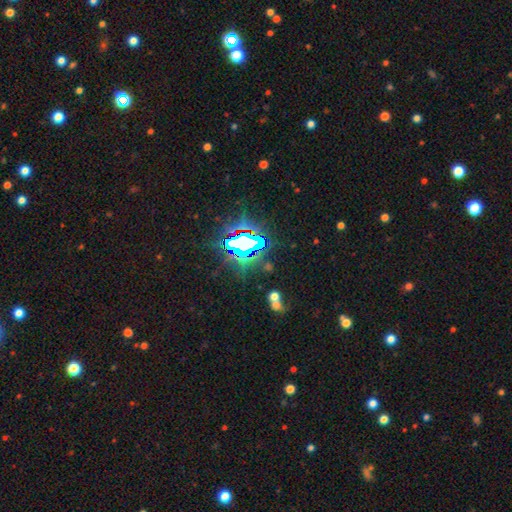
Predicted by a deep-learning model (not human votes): Smooth or featured? star or artifact (84%)